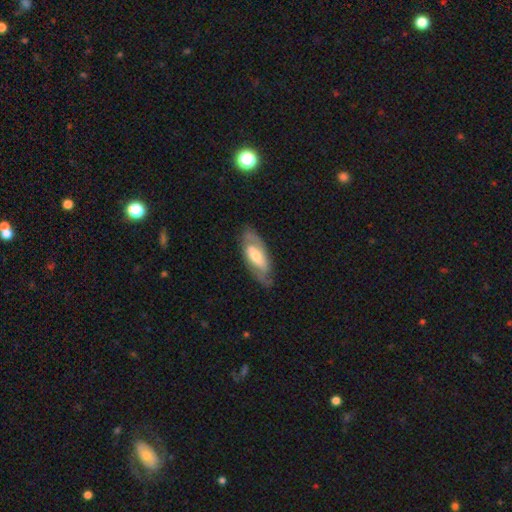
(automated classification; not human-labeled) This appears to be a featured or disk galaxy (71%) with a strong bar (39%), spiral arms (78%) and a moderate central bulge (55%). Merging: none (78%).